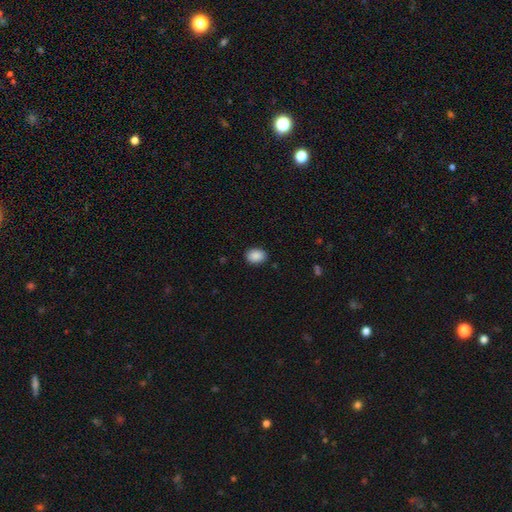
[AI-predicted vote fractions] A smooth galaxy with no disk features (89%) that is in between round and cigar-shaped (69%).

Vote fractions:
- Smooth or featured? smooth: 89% / star or artifact: 8% / featured or disk: 3%
- How rounded? in between: 69% / round: 30% / cigar-shaped: 1%
- Merging? none: 88% / minor disturbance: 9% / major disturbance: 2% / merger: 1%